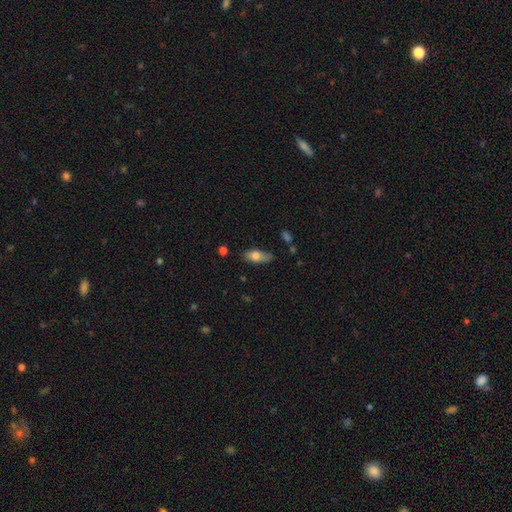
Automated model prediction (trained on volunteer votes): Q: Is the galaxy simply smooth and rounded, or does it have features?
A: smooth — 75%.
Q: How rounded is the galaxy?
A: in between — 80%.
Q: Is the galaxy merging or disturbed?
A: none — 67%.